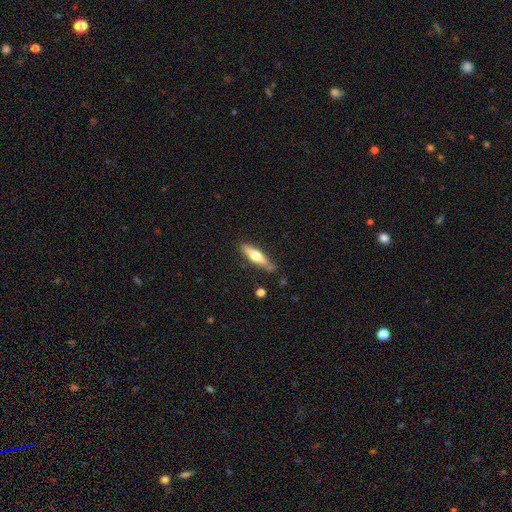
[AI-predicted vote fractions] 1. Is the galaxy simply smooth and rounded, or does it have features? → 53% smooth, 42% featured or disk, 6% star or artifact.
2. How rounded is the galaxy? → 71% cigar-shaped, 27% in between, 2% round.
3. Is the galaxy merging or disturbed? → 79% none, 15% minor disturbance, 3% major disturbance, 3% merger.